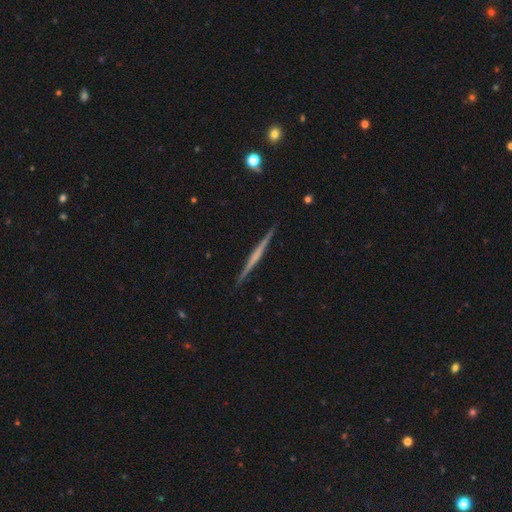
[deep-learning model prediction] featured or disk 66%, smooth 29%, star or artifact 6%. Down the decision tree: edge-on disk — yes (98%); edge-on bulge — none (73%); merging — none (92%).